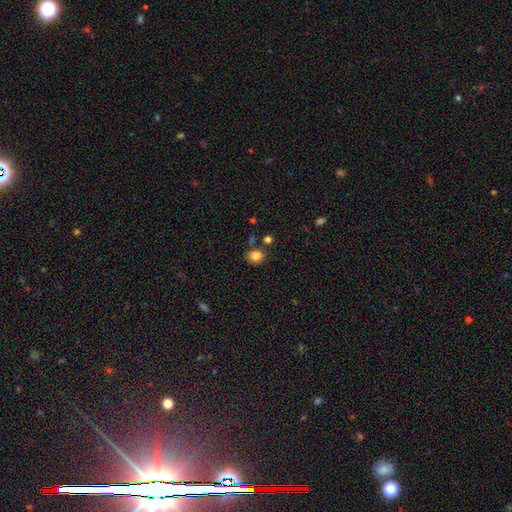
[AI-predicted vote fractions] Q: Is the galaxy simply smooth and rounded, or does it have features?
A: smooth — 83%.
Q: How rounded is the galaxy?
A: round — 64%.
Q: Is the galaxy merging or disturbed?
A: none — 72%.